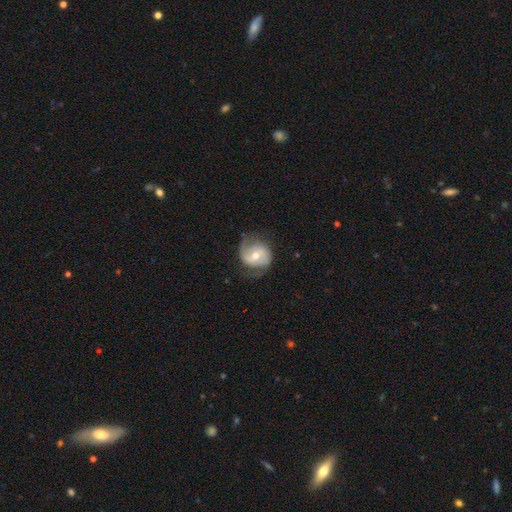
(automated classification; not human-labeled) featured or disk 74%, smooth 21%, star or artifact 6%. Down the decision tree: edge-on disk — no (97%); bar — weak (42%); spiral arms — yes (89%); spiral arm count — 2 (84%); spiral winding — medium (45%); bulge size — moderate (64%); merging — none (66%).